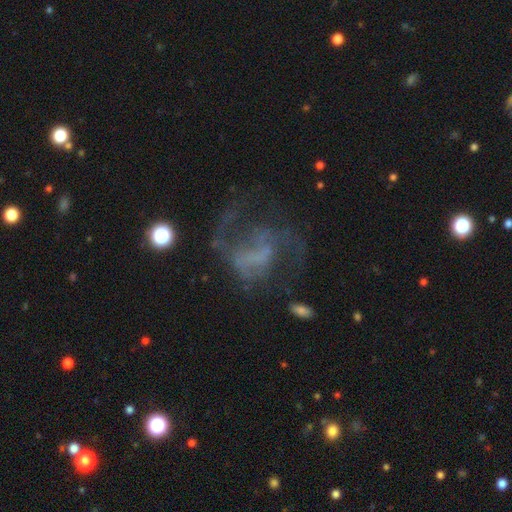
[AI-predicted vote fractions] A featured or disk galaxy (63%) with no bar (59%), spiral arms (56%) and no central bulge (71%). Merging: major disturbance (42%).